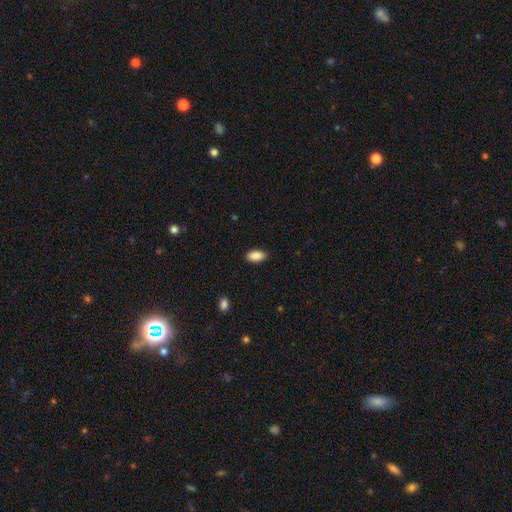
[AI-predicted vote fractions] The model was most divided on "merging": none: 87%, minor disturbance: 10%, major disturbance: 2%, merger: 1%. More confident: how rounded — in between (93%); smooth or featured — smooth (90%).